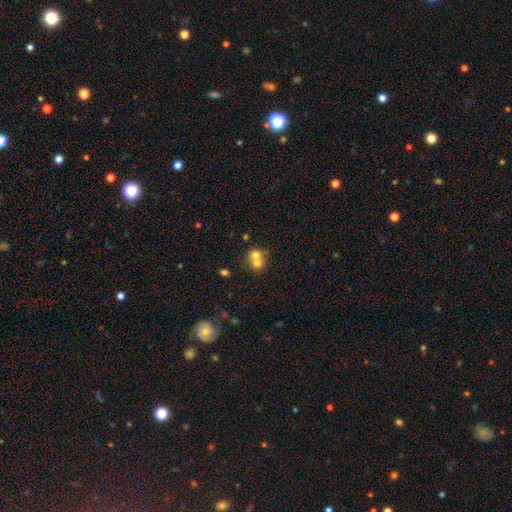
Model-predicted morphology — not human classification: Smooth or featured? Predicted: smooth (p=0.68). How rounded? Predicted: round (p=0.78). Merging? Predicted: merger (p=0.65).